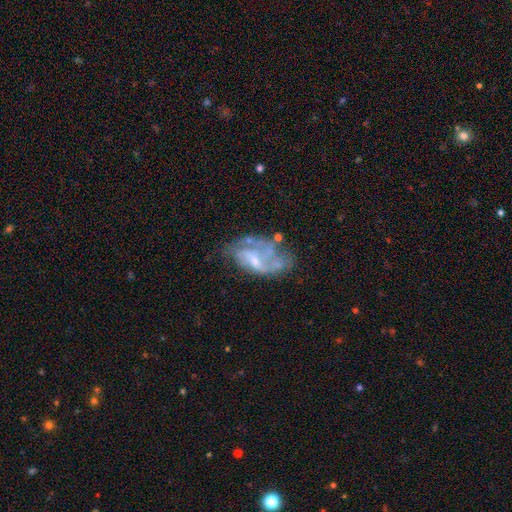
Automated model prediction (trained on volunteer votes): smooth-or-featured: featured or disk: 70% | smooth: 18% | star or artifact: 12%
  disk-edge-on: no: 95% | yes: 5%
    bar: no: 48% | weak: 39% | strong: 13%
    has-spiral-arms: yes: 73% | no: 27%
    bulge-size: small: 46% | moderate: 30% | none: 21% | large: 3% | dominant: 1%
  merging: none: 49% | minor disturbance: 22% | major disturbance: 21% | merger: 8%